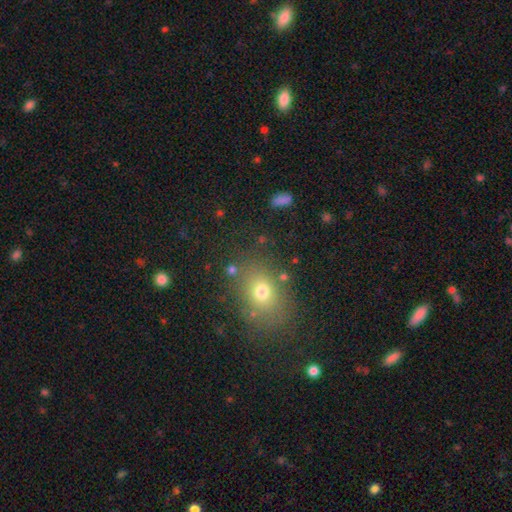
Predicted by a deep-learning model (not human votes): Smooth or featured? smooth (60%)
How rounded? round (50%)
Merging? none (84%)